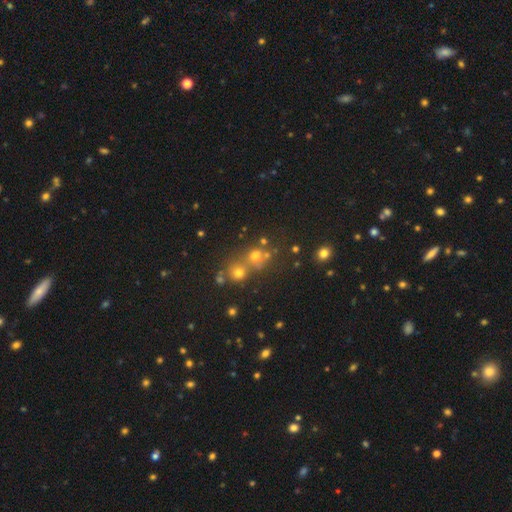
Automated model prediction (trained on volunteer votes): Smooth or featured?
  - smooth: 59% *
  - star or artifact: 27%
  - featured or disk: 14%
How rounded?
  - round: 76% *
  - in between: 22%
  - cigar-shaped: 1%
Merging?
  - none: 47% *
  - merger: 38%
  - minor disturbance: 10%
  - major disturbance: 6%